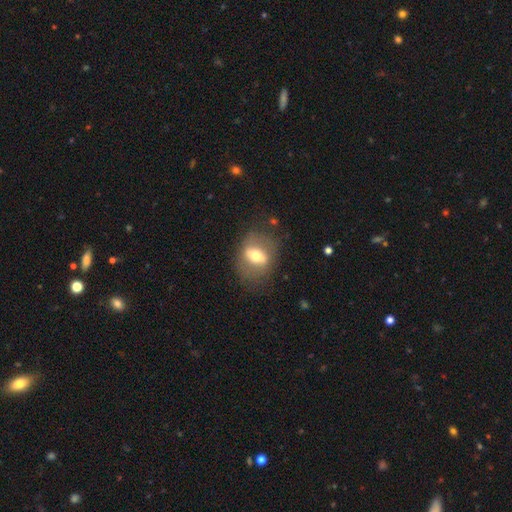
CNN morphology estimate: A smooth galaxy with no disk features (48%).

Vote fractions:
- Smooth or featured? smooth: 48% / featured or disk: 43% / star or artifact: 9%
- Merging? none: 71% / minor disturbance: 17% / major disturbance: 11% / merger: 2%